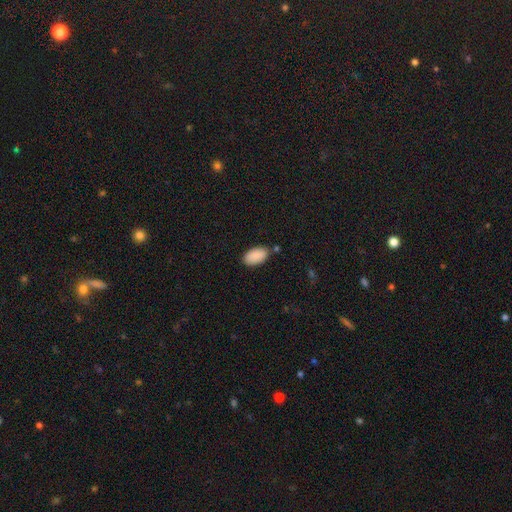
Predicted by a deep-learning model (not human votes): This is clearly a smooth galaxy (90%). How rounded: clearly in between (95%). Merging: clearly none (81%).